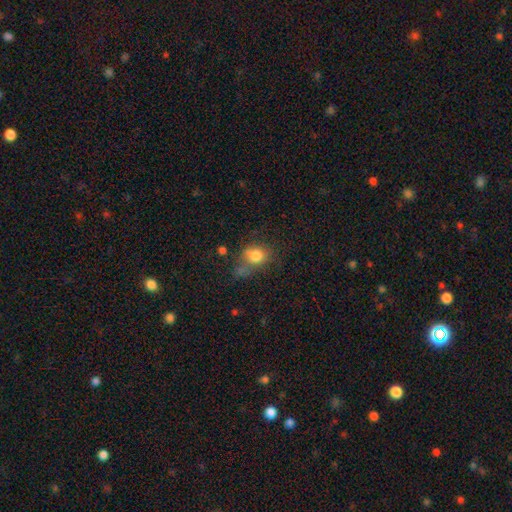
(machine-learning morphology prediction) Smooth or featured?
  - smooth: 78% *
  - star or artifact: 11%
  - featured or disk: 10%
How rounded?
  - round: 57% *
  - in between: 42%
  - cigar-shaped: 1%
Merging?
  - none: 46% *
  - minor disturbance: 25%
  - major disturbance: 15%
  - merger: 14%